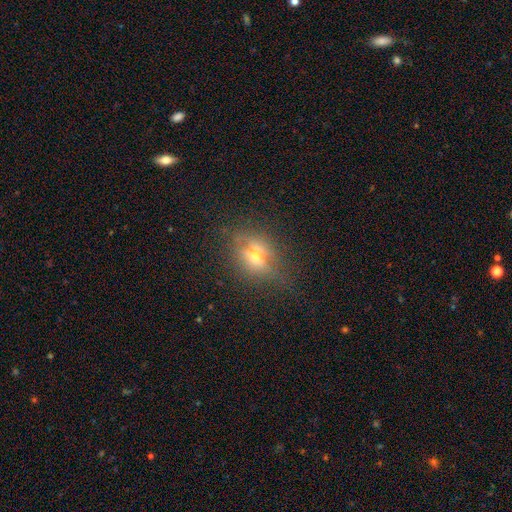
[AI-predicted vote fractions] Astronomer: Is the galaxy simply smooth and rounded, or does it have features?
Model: featured or disk — 46% (runner-up: smooth, 39%).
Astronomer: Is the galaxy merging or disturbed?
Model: none — 73%.